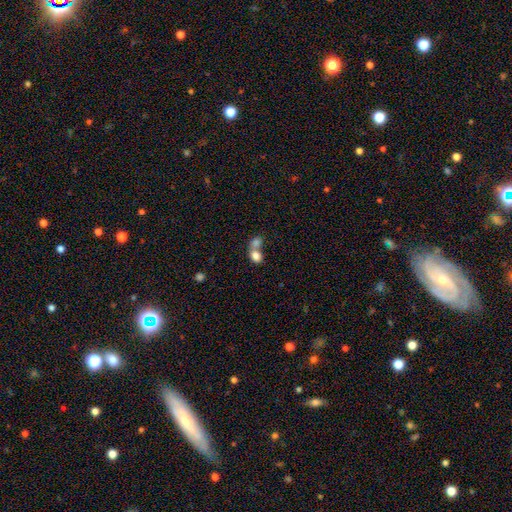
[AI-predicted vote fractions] Smooth or featured: smooth — 79% (featured or disk — 12%)
How rounded: in between — 51% (round — 48%)
Merging: merger — 67% (none — 24%)